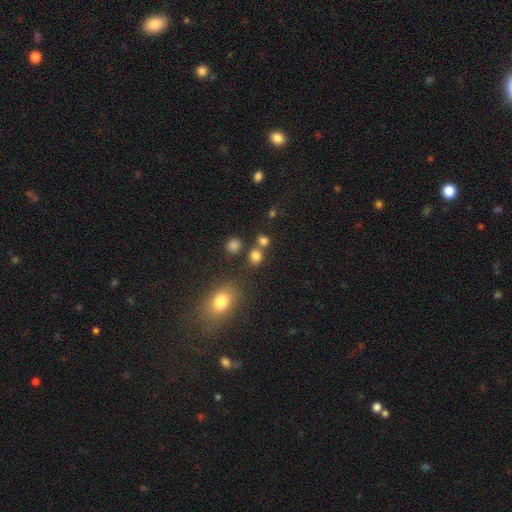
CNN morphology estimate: Smooth or featured? smooth (78%)
How rounded? round (70%)
Merging? none (61%)